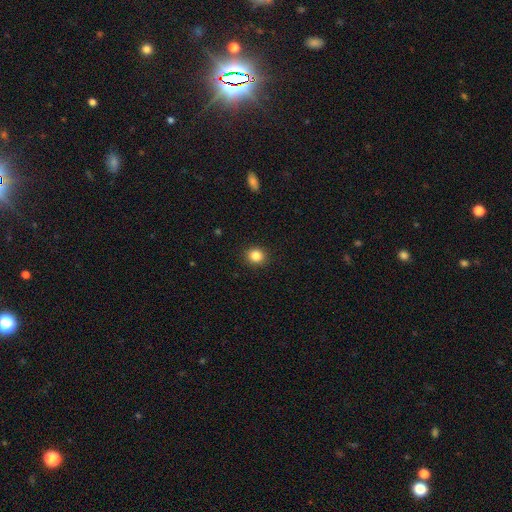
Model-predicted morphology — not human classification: This is clearly a smooth galaxy (85%). How rounded: clearly round (83%). Merging: clearly none (91%).